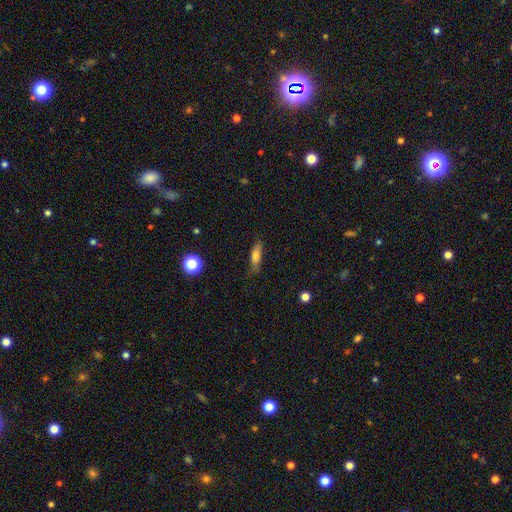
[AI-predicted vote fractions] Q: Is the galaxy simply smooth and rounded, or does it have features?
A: smooth — 71%.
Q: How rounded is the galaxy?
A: cigar-shaped — 50%.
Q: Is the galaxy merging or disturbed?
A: none — 74%.